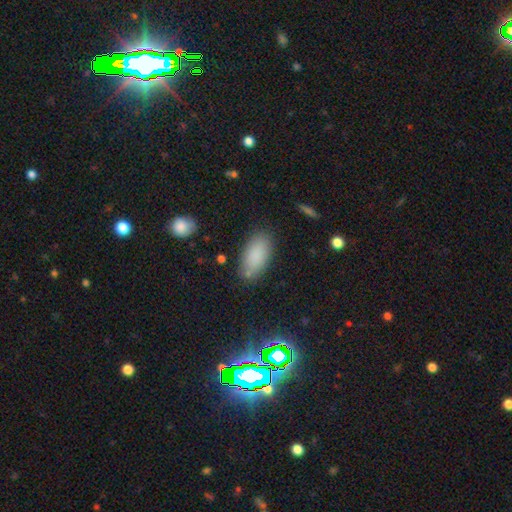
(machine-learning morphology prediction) This is clearly a smooth galaxy (86%). How rounded: clearly in between (91%). Merging: clearly none (80%).